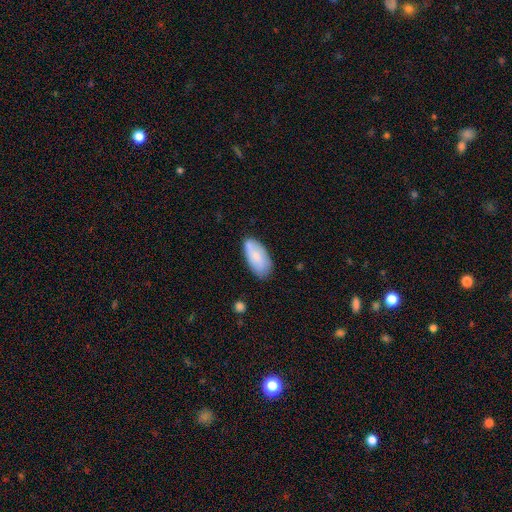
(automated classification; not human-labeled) A smooth galaxy with no disk features (71%) that is in between round and cigar-shaped (93%).

Vote fractions:
- Smooth or featured? smooth: 71% / featured or disk: 22% / star or artifact: 6%
- How rounded? in between: 93% / cigar-shaped: 5% / round: 2%
- Merging? none: 70% / minor disturbance: 22% / major disturbance: 4% / merger: 3%